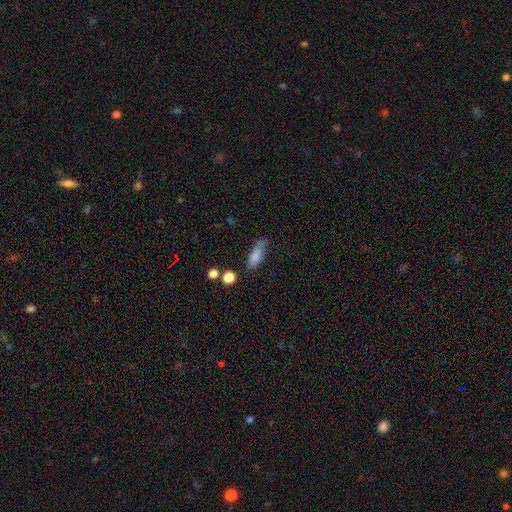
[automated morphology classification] Smooth or featured? Predicted: smooth (p=0.79). How rounded? Predicted: in between (p=0.64). Merging? Predicted: none (p=0.54).